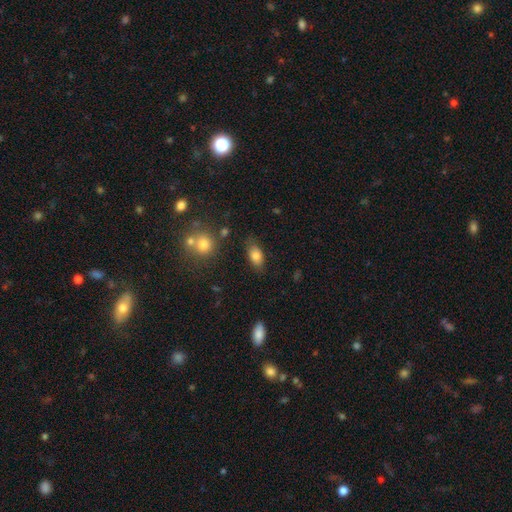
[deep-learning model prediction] Smooth or featured: smooth — 82% (featured or disk — 10%)
How rounded: in between — 89% (round — 7%)
Merging: none — 78% (minor disturbance — 15%)